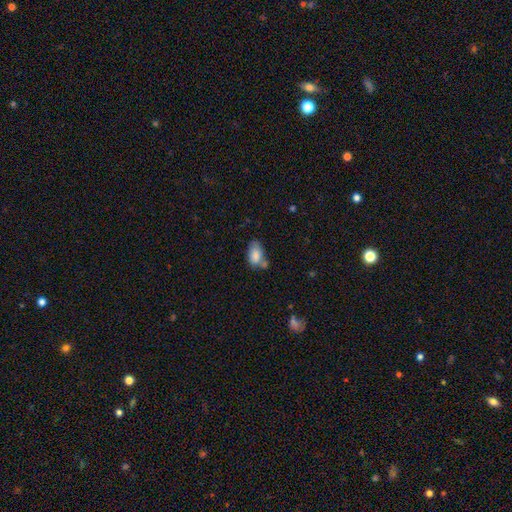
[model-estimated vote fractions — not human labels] smooth-or-featured: smooth: 81% | featured or disk: 11% | star or artifact: 8%
  how-rounded: in between: 91% | round: 8% | cigar-shaped: 2%
  merging: none: 44% | merger: 25% | minor disturbance: 24% | major disturbance: 7%